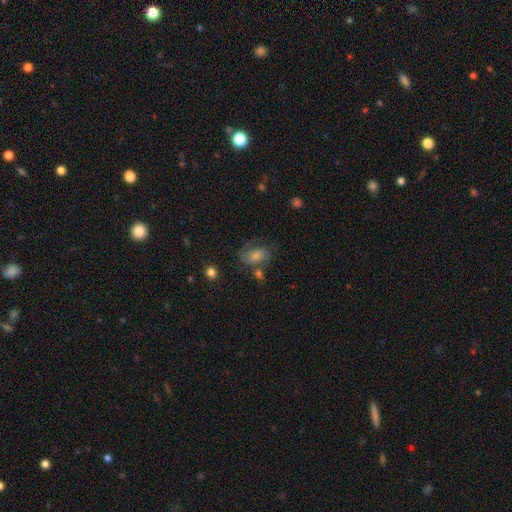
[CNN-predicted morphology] Smooth or featured?
  - featured or disk: 48% *
  - smooth: 36%
  - star or artifact: 16%
Merging?
  - none: 55% *
  - minor disturbance: 21%
  - major disturbance: 14%
  - merger: 10%